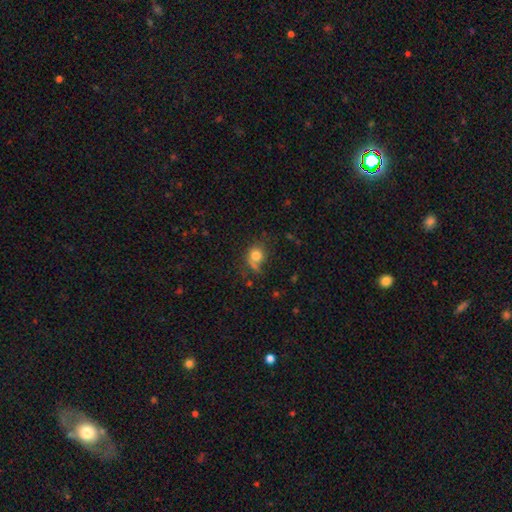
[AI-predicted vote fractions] Q: Smooth or featured?
A: smooth (76%); runner-up: featured or disk (13%)
Q: How rounded?
A: round (70%); runner-up: in between (28%)
Q: Merging?
A: none (51%); runner-up: minor disturbance (23%)